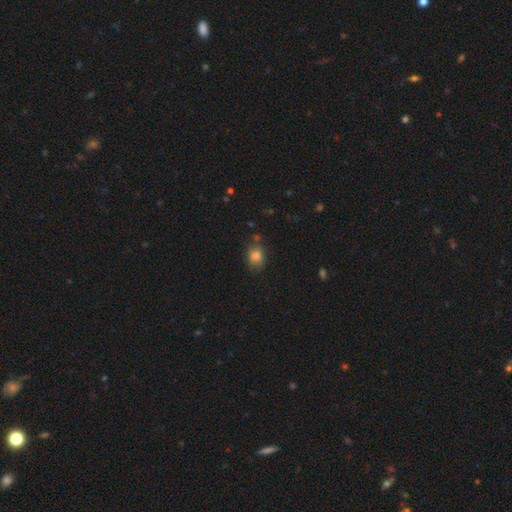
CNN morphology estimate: smooth 83%, star or artifact 10%, featured or disk 7%. Down the decision tree: how rounded — in between (57%); merging — none (68%).